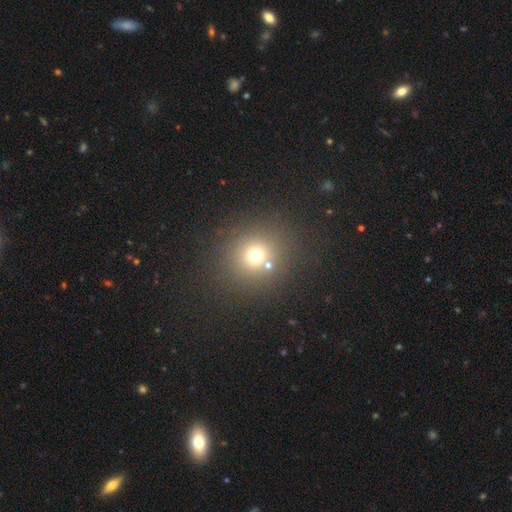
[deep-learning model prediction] Overall: smooth (68%). How rounded: round (90%). Merging: none (78%).